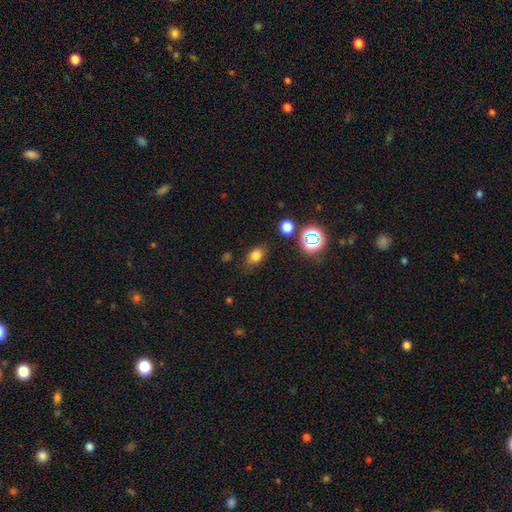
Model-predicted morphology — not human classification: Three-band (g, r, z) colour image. It shows a smooth galaxy with no disk features (77%) that is in between round and cigar-shaped (72%). Merging: none (75%).